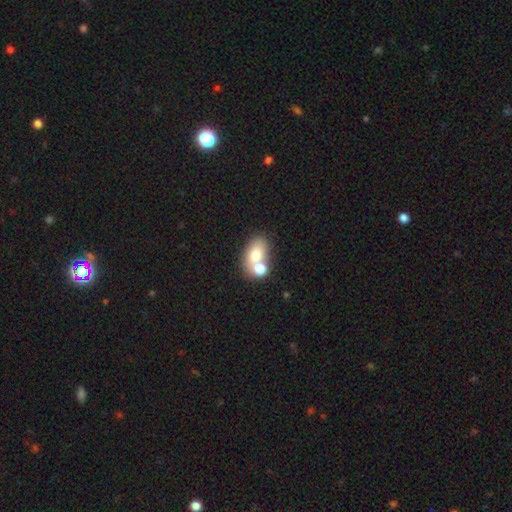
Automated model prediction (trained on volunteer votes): smooth-or-featured: smooth: 72% | featured or disk: 18% | star or artifact: 10%
  how-rounded: in between: 75% | round: 23% | cigar-shaped: 2%
  merging: merger: 47% | none: 39% | minor disturbance: 10% | major disturbance: 4%